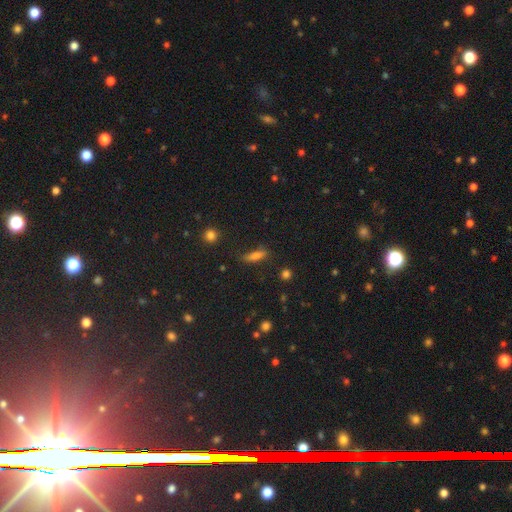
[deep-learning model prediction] A smooth galaxy with no disk features (68%) that is cigar-shaped (57%). Merging: none (69%).